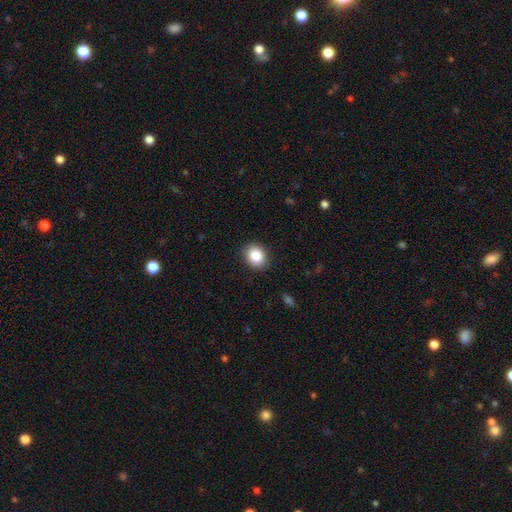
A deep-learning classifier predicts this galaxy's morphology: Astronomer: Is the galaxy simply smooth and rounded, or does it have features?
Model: smooth — 86%.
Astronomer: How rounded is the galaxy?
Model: round — 58% (runner-up: in between, 41%).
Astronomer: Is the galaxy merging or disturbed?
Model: none — 89%.